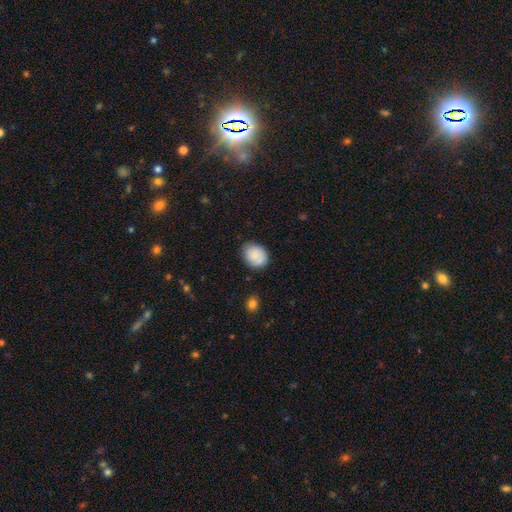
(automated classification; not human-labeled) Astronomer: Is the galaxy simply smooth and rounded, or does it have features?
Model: smooth — 83%.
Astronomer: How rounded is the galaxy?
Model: round — 52% (runner-up: in between, 47%).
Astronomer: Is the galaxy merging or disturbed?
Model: none — 77%.